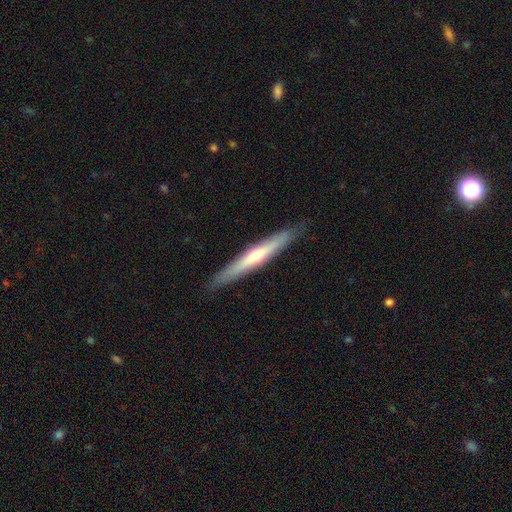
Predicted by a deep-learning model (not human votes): featured or disk 58%, smooth 36%, star or artifact 6%. Down the decision tree: edge-on disk — yes (93%); edge-on bulge — rounded (76%); merging — none (88%).